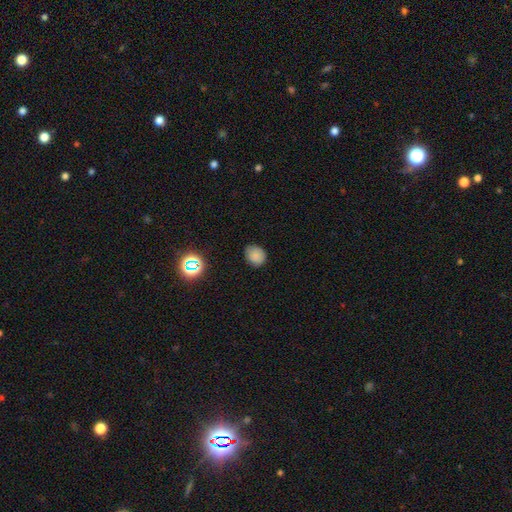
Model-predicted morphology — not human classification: smooth-or-featured: smooth: 81% | star or artifact: 14% | featured or disk: 5%
  how-rounded: round: 65% | in between: 34% | cigar-shaped: 1%
  merging: none: 82% | minor disturbance: 14% | major disturbance: 3% | merger: 1%